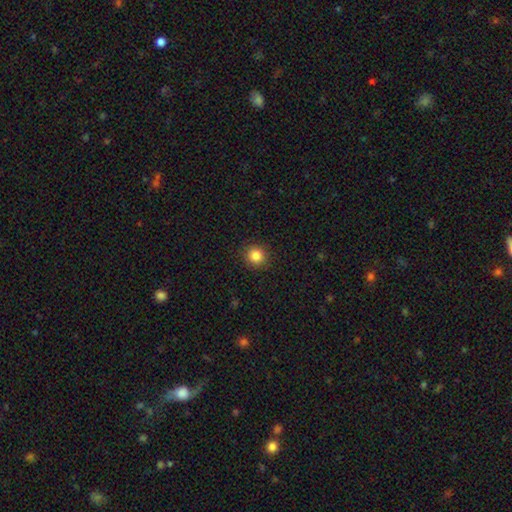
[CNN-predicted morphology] type=smooth (85%); roundness=round (93%); merging=none (91%).